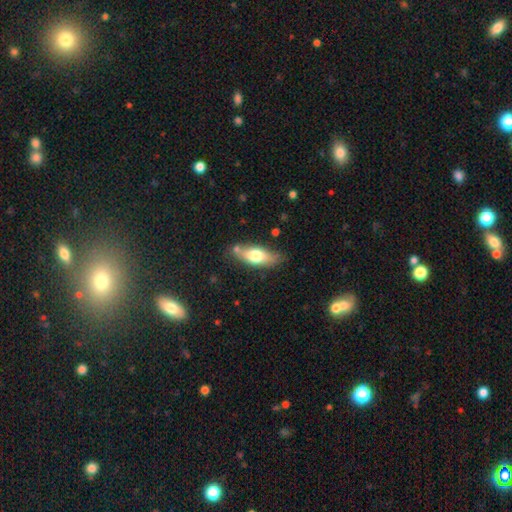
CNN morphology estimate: Smooth or featured: smooth — 62% (featured or disk — 31%)
How rounded: in between — 69% (cigar-shaped — 28%)
Merging: none — 73% (minor disturbance — 18%)